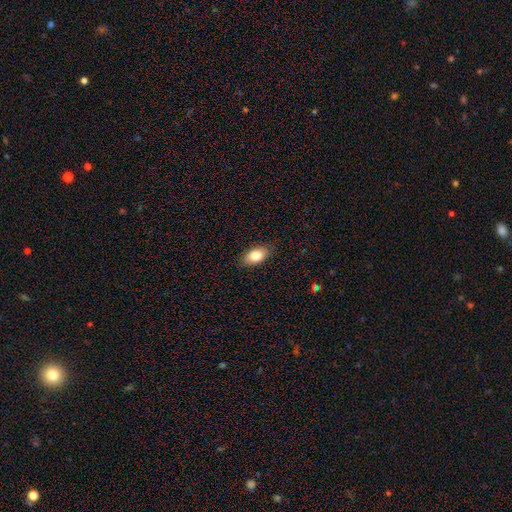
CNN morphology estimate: A smooth galaxy with no disk features (82%) that is in between round and cigar-shaped (90%).

Vote fractions:
- Smooth or featured? smooth: 82% / featured or disk: 10% / star or artifact: 7%
- How rounded? in between: 90% / round: 6% / cigar-shaped: 4%
- Merging? none: 87% / minor disturbance: 10% / major disturbance: 2% / merger: 1%